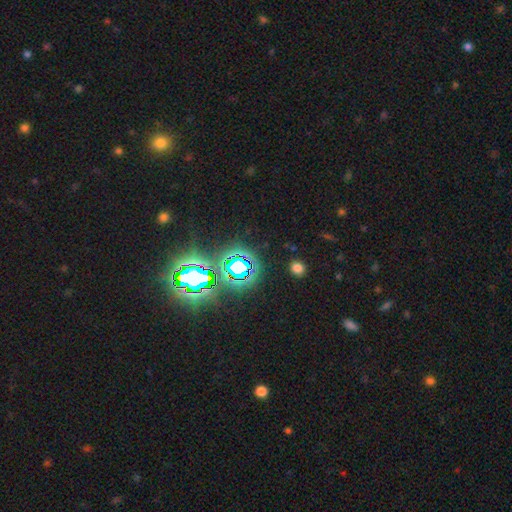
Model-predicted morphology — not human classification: smooth-or-featured: star or artifact: 79% | smooth: 14% | featured or disk: 6%